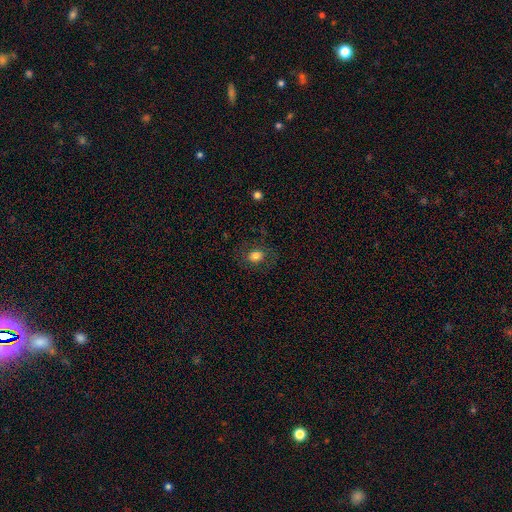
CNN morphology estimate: Smooth or featured? smooth (75%)
How rounded? in between (58%)
Merging? none (75%)